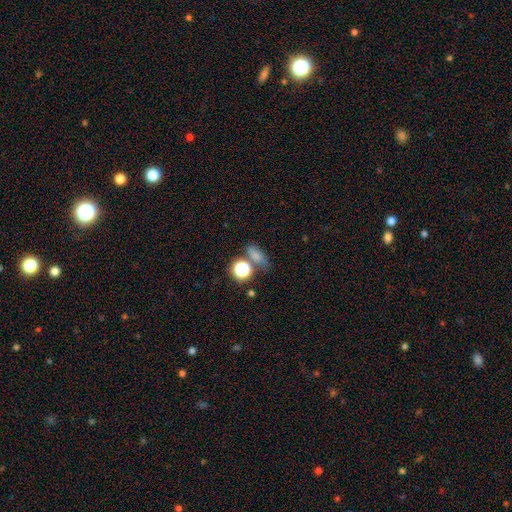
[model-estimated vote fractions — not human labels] The model was most divided on "how rounded": in between: 64%, round: 27%, cigar-shaped: 9%. More confident: smooth or featured — smooth (72%); merging — none (59%).